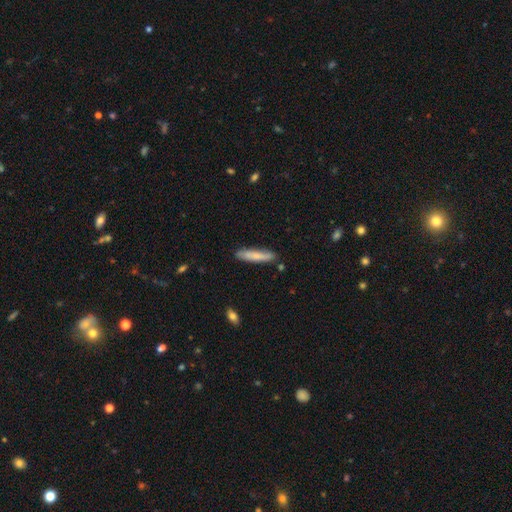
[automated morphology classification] smooth-or-featured: smooth: 71% | featured or disk: 24% | star or artifact: 6%
  how-rounded: cigar-shaped: 87% | in between: 12% | round: 1%
  merging: none: 83% | minor disturbance: 13% | merger: 2% | major disturbance: 2%